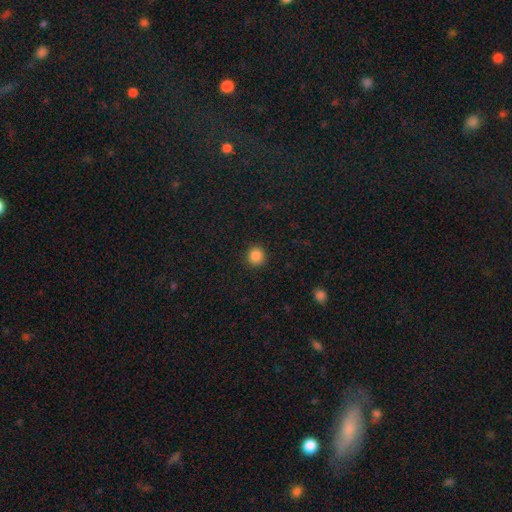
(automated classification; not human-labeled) Overall: smooth (86%). How rounded: round (91%). Merging: none (91%).